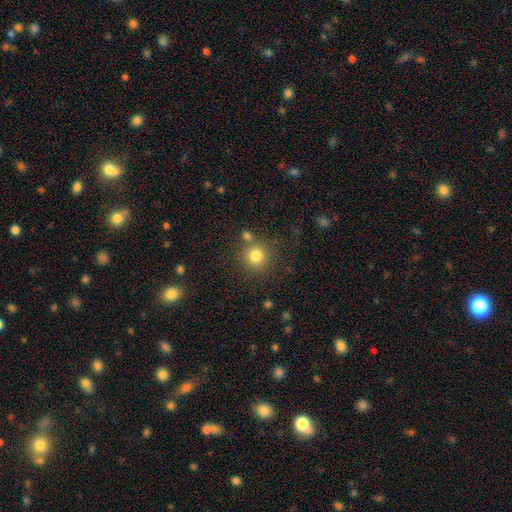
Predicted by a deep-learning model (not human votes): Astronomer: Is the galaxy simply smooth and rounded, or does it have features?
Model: smooth — 81%.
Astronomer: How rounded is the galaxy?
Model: round — 92%.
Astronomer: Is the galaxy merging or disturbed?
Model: none — 75%.